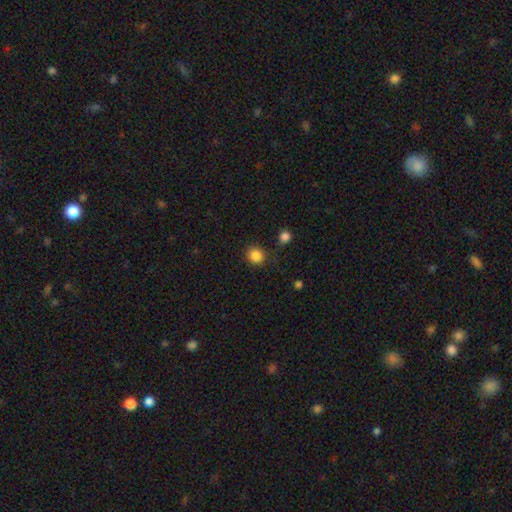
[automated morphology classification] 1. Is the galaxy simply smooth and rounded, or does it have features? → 86% smooth, 11% star or artifact, 3% featured or disk.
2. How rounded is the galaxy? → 89% round, 10% in between, 1% cigar-shaped.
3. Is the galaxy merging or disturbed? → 84% none, 9% minor disturbance, 3% merger, 3% major disturbance.